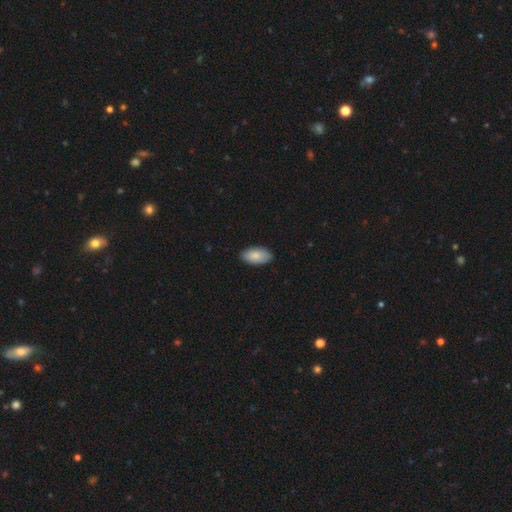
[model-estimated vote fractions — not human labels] This appears to be a smooth galaxy with no disk features (87%) that is in between round and cigar-shaped (95%). Merging: none (87%).